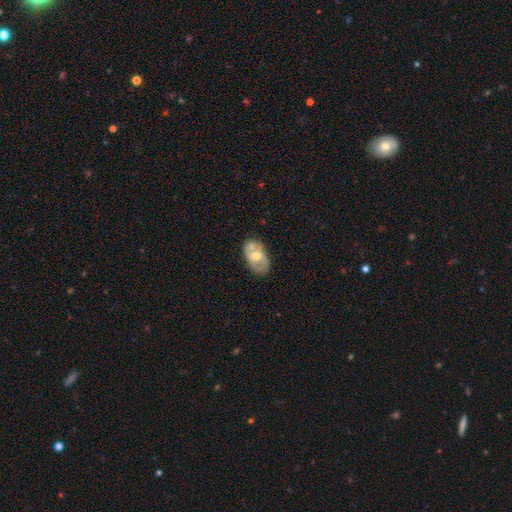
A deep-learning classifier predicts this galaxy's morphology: featured or disk 52%, smooth 42%, star or artifact 6%. Down the decision tree: edge-on disk — no (93%); merging — none (58%).